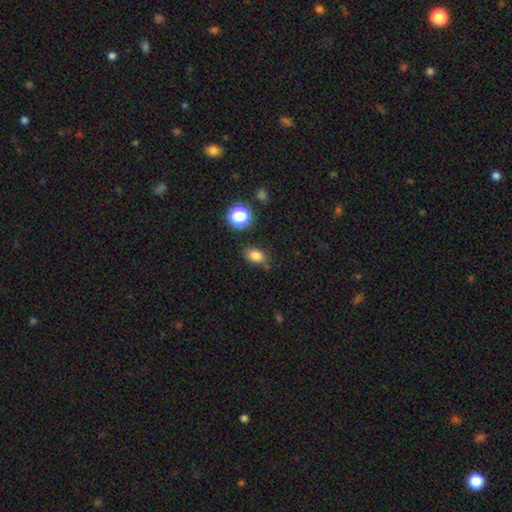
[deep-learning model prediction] This appears to be a smooth galaxy with no disk features (80%) that is in between round and cigar-shaped (79%). Merging: none (76%).